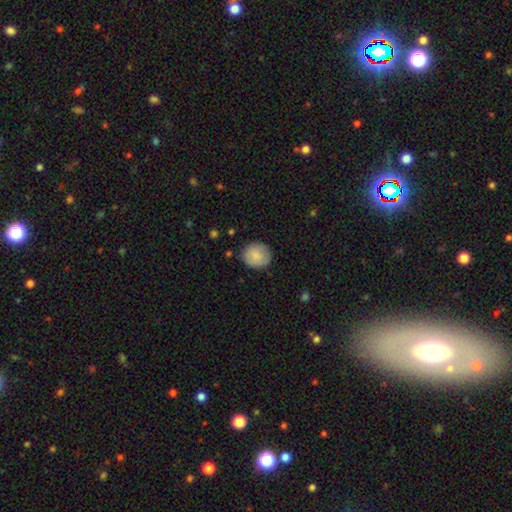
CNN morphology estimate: The model was most divided on "how rounded": round: 81%, in between: 18%, cigar-shaped: 1%. More confident: smooth or featured — smooth (86%); merging — none (84%).